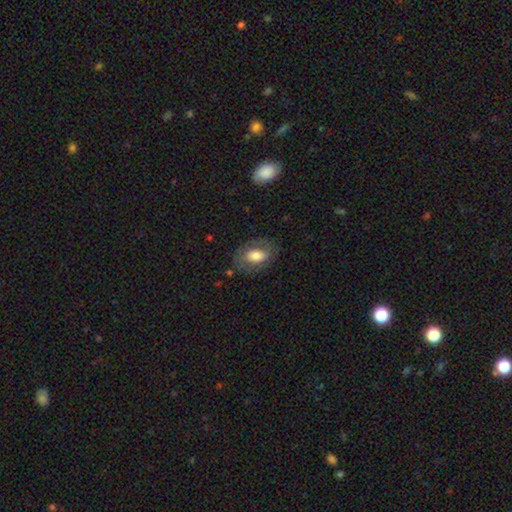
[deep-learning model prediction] A smooth galaxy with no disk features (60%) that is in between round and cigar-shaped (80%). Merging: none (71%).